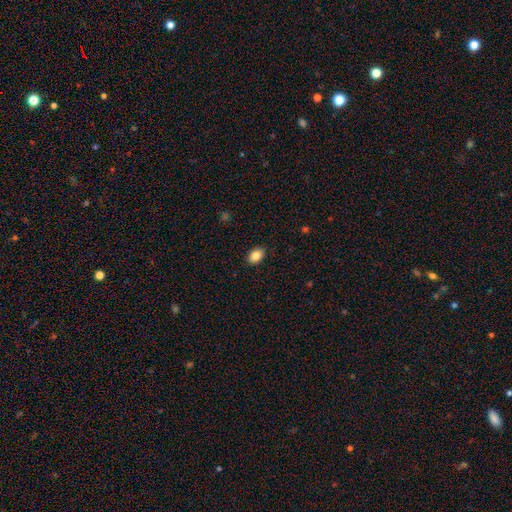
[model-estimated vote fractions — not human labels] Morphology: type=smooth (86%); roundness=in between (80%); merging=none (88%).